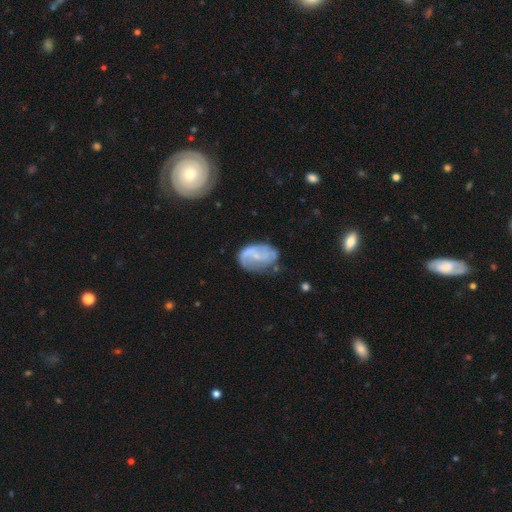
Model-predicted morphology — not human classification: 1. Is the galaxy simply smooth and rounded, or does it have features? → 64% featured or disk, 29% smooth, 8% star or artifact.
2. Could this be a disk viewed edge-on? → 97% no, 3% yes.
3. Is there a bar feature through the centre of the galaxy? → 50% no, 39% weak, 11% strong.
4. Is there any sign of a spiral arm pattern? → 81% yes, 19% no.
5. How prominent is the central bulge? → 57% small, 28% none, 13% moderate, 1% large, 1% dominant.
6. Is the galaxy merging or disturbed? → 51% none, 28% minor disturbance, 16% major disturbance, 5% merger.